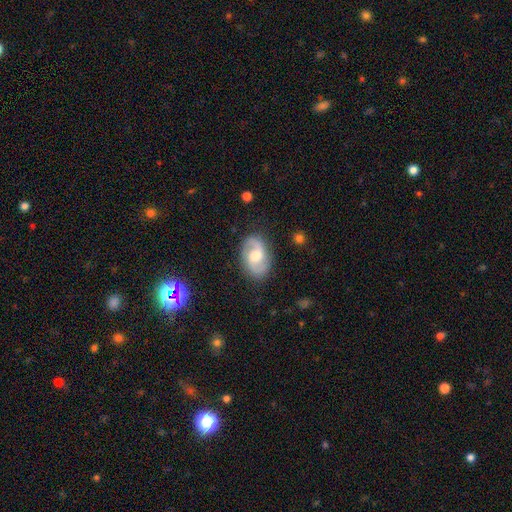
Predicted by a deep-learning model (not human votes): Q: Smooth or featured?
A: featured or disk (81%); runner-up: smooth (13%)
Q: Edge-on disk?
A: no (97%); runner-up: yes (3%)
Q: Bar?
A: weak (48%); runner-up: no (42%)
Q: Spiral arms?
A: yes (95%); runner-up: no (5%)
Q: Spiral winding?
A: medium (52%); runner-up: loose (31%)
Q: Spiral arm count?
A: 2 (92%); runner-up: can't tell (3%)
Q: Bulge size?
A: moderate (67%); runner-up: small (17%)
Q: Merging?
A: none (84%); runner-up: minor disturbance (11%)